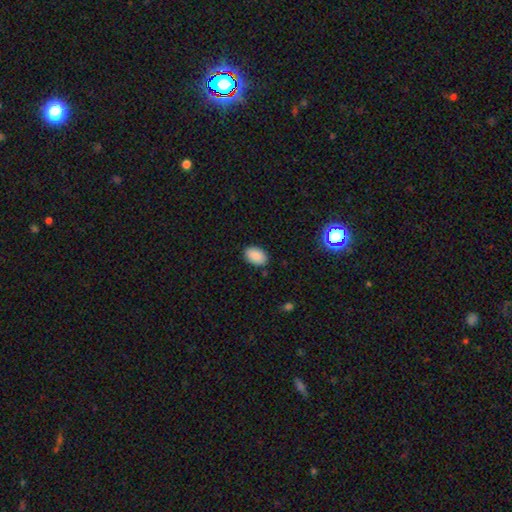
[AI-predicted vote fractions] Smooth or featured? Predicted: smooth (p=0.86). How rounded? Predicted: in between (p=0.90). Merging? Predicted: none (p=0.85).